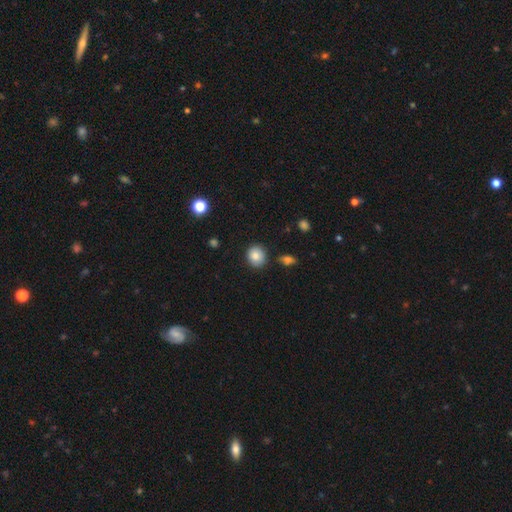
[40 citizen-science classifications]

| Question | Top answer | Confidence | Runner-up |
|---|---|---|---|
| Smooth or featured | smooth | 82% | star or artifact (10%) |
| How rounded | round | 82% | in between (15%) |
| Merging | none | 78% | minor disturbance (11%) |